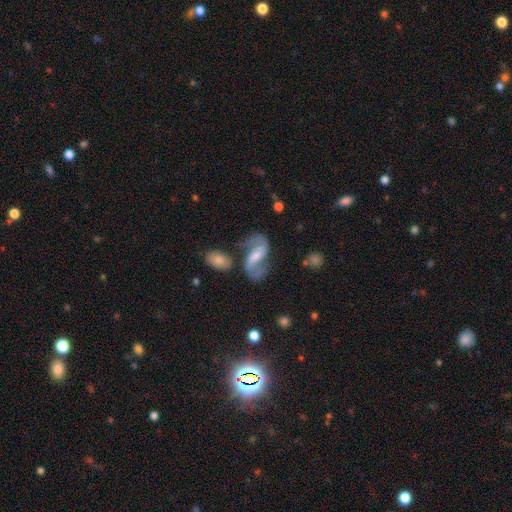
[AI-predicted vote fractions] Q: Smooth or featured?
A: featured or disk (82%); runner-up: smooth (11%)
Q: Edge-on disk?
A: no (95%); runner-up: yes (5%)
Q: Bar?
A: strong (47%); runner-up: weak (37%)
Q: Spiral arms?
A: yes (94%); runner-up: no (6%)
Q: Spiral winding?
A: loose (51%); runner-up: medium (39%)
Q: Spiral arm count?
A: 2 (92%); runner-up: can't tell (3%)
Q: Bulge size?
A: moderate (44%); runner-up: small (39%)
Q: Merging?
A: none (65%); runner-up: minor disturbance (16%)